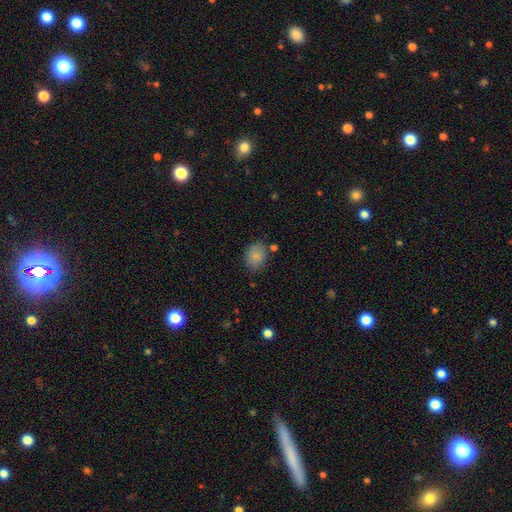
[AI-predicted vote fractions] Overall: smooth (84%). How rounded: in between (50%; round 49%). Merging: none (70%).